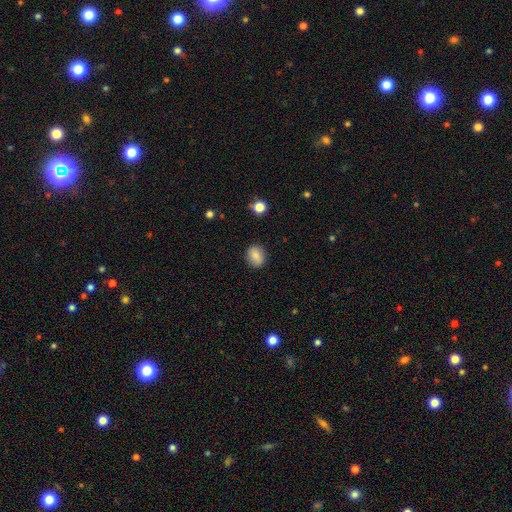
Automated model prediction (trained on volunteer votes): This is clearly a smooth galaxy (83%). How rounded: possibly round (60%). Merging: clearly none (87%).